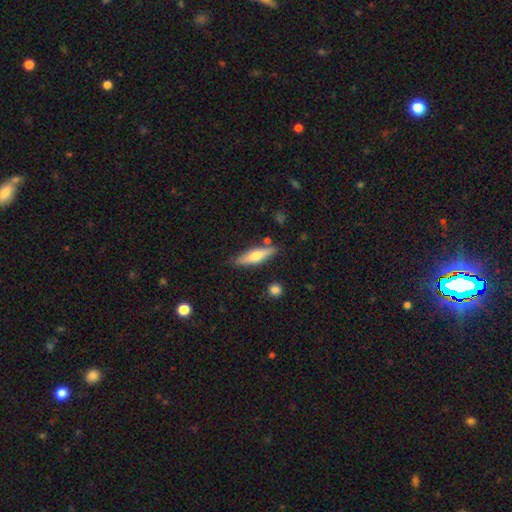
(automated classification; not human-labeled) Morphology: type=smooth (50%); roundness=cigar-shaped (70%); merging=none (82%).